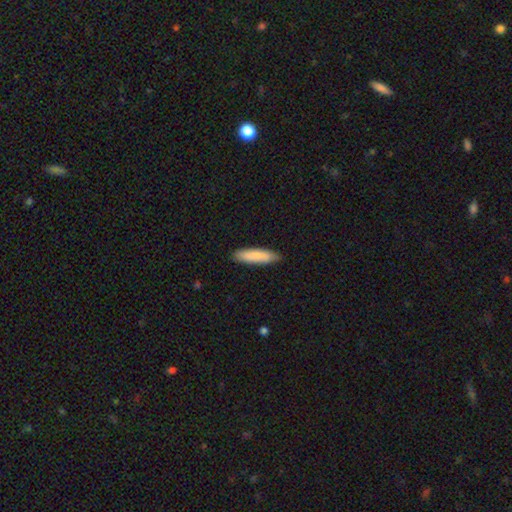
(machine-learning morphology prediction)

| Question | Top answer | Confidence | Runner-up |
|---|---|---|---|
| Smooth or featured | smooth | 84% | featured or disk (11%) |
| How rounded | cigar-shaped | 73% | in between (26%) |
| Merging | none | 88% | minor disturbance (10%) |